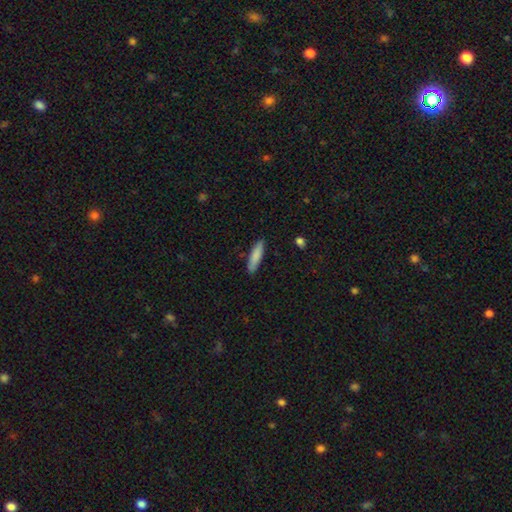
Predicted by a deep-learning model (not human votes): Morphology: type=smooth (83%); roundness=cigar-shaped (78%); merging=none (88%).